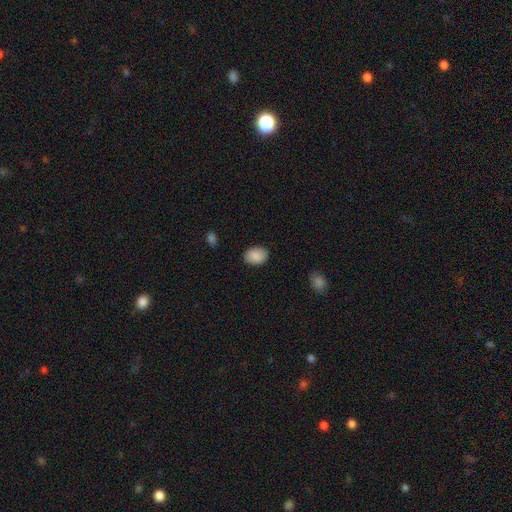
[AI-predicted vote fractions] smooth 89%, star or artifact 7%, featured or disk 4%. Down the decision tree: how rounded — in between (73%); merging — none (87%).